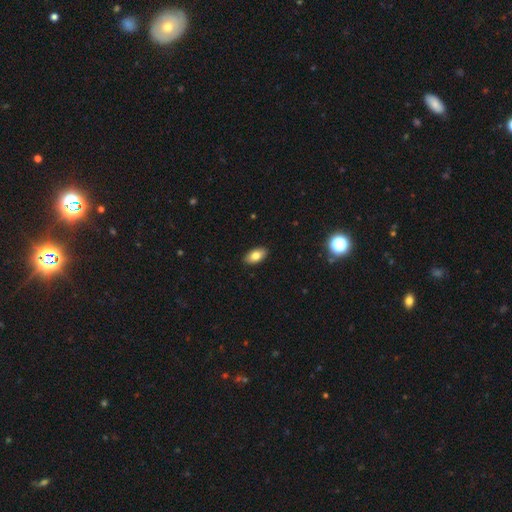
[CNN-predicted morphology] This appears to be a smooth galaxy with no disk features (80%) that is in between round and cigar-shaped (93%). Merging: none (90%).